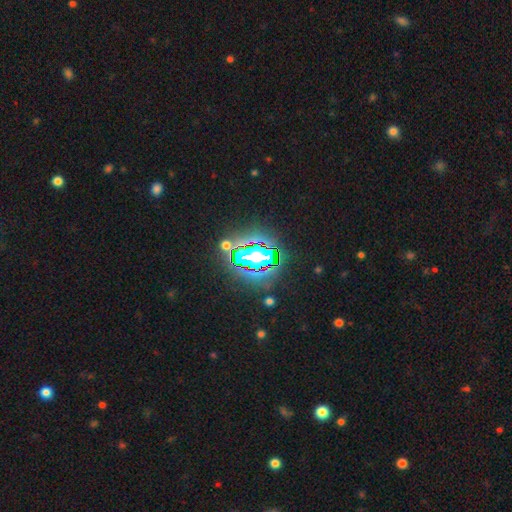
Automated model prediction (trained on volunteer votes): A star or artifact, not a galaxy (81%).

Vote fractions:
- Smooth or featured? star or artifact: 81% / smooth: 11% / featured or disk: 8%